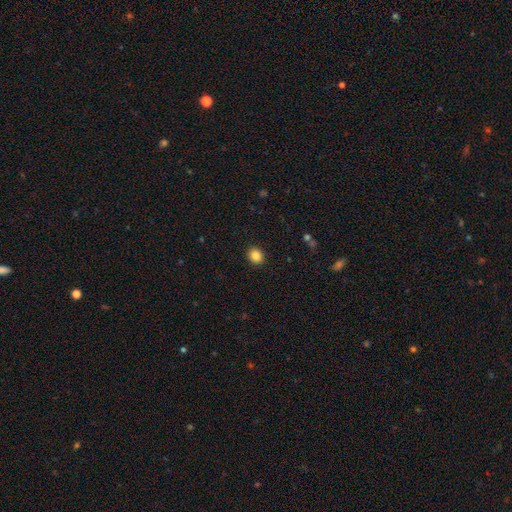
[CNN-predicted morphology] This appears to be a smooth galaxy with no disk features (85%) that is round (70%). Merging: none (91%).